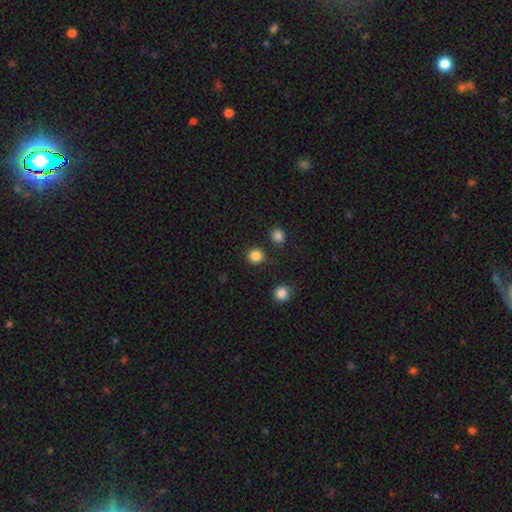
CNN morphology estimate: Q: Smooth or featured?
A: smooth (85%); runner-up: star or artifact (11%)
Q: How rounded?
A: round (89%); runner-up: in between (10%)
Q: Merging?
A: none (88%); runner-up: minor disturbance (6%)